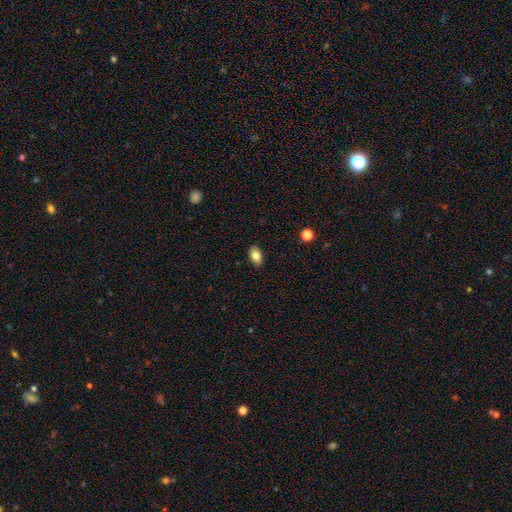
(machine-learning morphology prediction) smooth-or-featured: smooth: 82% | featured or disk: 10% | star or artifact: 8%
  how-rounded: in between: 89% | round: 9% | cigar-shaped: 2%
  merging: none: 89% | minor disturbance: 8% | major disturbance: 2% | merger: 1%